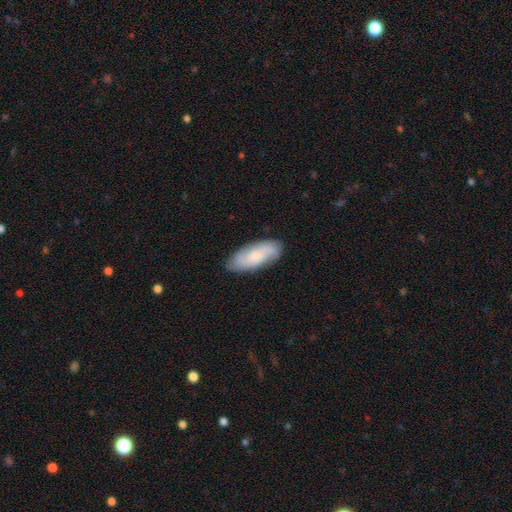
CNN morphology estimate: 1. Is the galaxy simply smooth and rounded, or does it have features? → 47% featured or disk, 46% smooth, 7% star or artifact.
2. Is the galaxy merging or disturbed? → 81% none, 15% minor disturbance, 3% major disturbance, 1% merger.